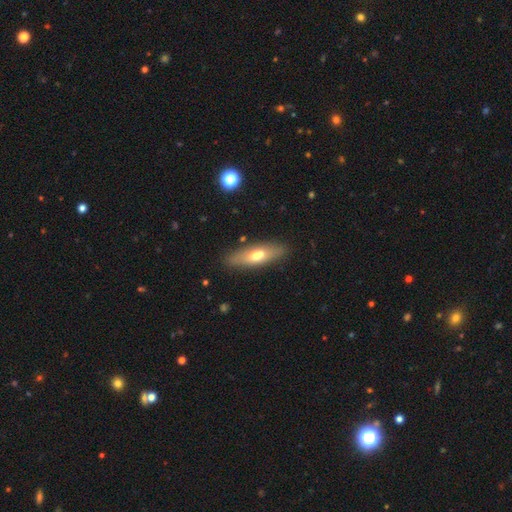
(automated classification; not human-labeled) This is possibly a smooth galaxy (57%). How rounded: possibly in between (53%). Merging: likely none (77%).